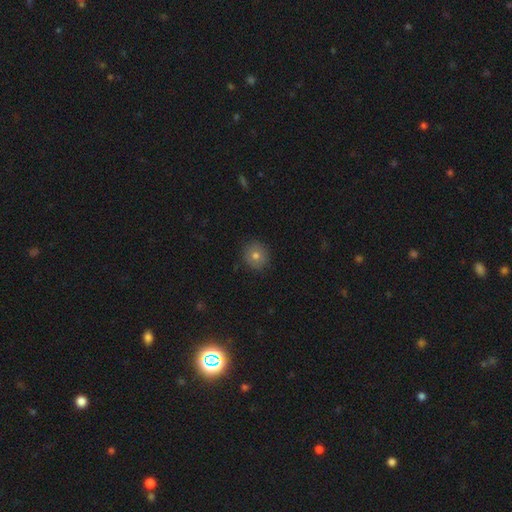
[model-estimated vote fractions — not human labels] Smooth or featured? Predicted: smooth (p=0.74). How rounded? Predicted: round (p=0.90). Merging? Predicted: none (p=0.90).